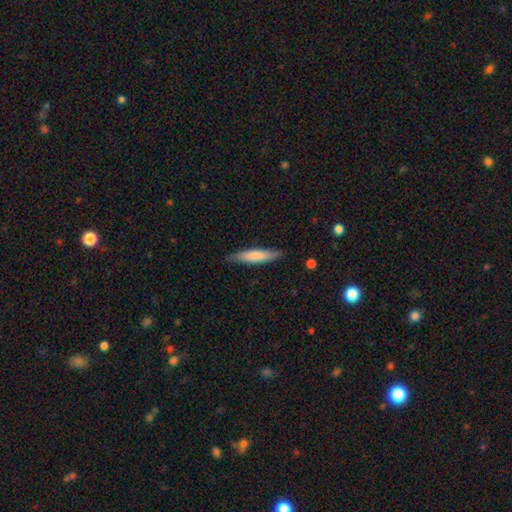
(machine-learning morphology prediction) A smooth galaxy with no disk features (72%) that is cigar-shaped (84%).

Vote fractions:
- Smooth or featured? smooth: 72% / featured or disk: 23% / star or artifact: 5%
- How rounded? cigar-shaped: 84% / in between: 15% / round: 1%
- Merging? none: 85% / minor disturbance: 12% / major disturbance: 2% / merger: 1%